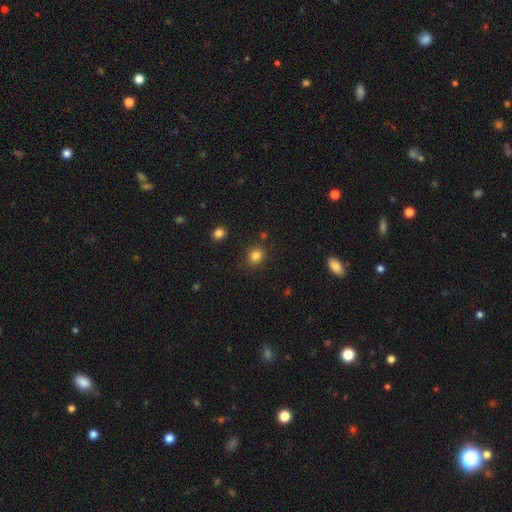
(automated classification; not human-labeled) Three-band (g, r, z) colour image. It shows a smooth galaxy with no disk features (83%) that is round (70%). Merging: none (82%).